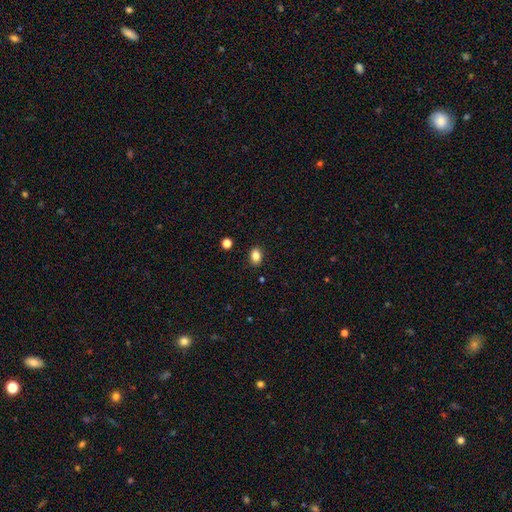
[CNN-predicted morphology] Overall: smooth (85%). How rounded: in between (75%). Merging: none (87%).